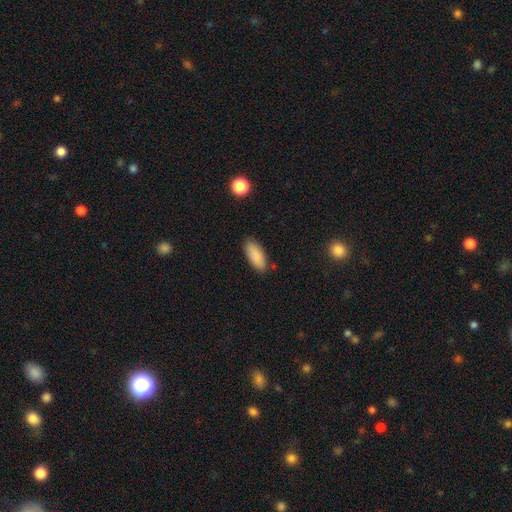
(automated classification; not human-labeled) This is likely a smooth galaxy (79%). How rounded: clearly in between (86%). Merging: clearly none (84%).